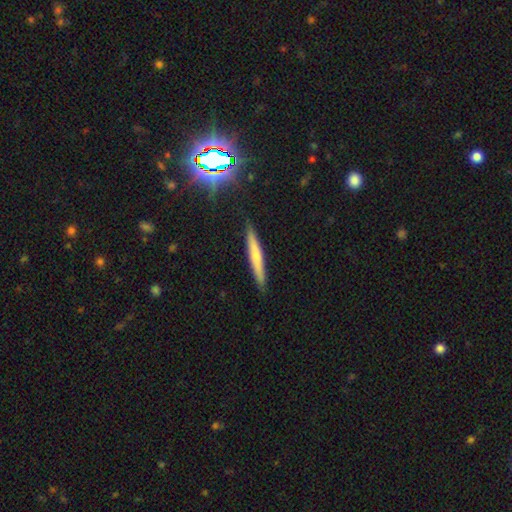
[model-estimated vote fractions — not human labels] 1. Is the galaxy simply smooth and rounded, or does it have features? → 56% smooth, 36% featured or disk, 8% star or artifact.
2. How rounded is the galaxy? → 94% cigar-shaped, 4% in between, 1% round.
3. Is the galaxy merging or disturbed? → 89% none, 8% minor disturbance, 2% major disturbance, 1% merger.